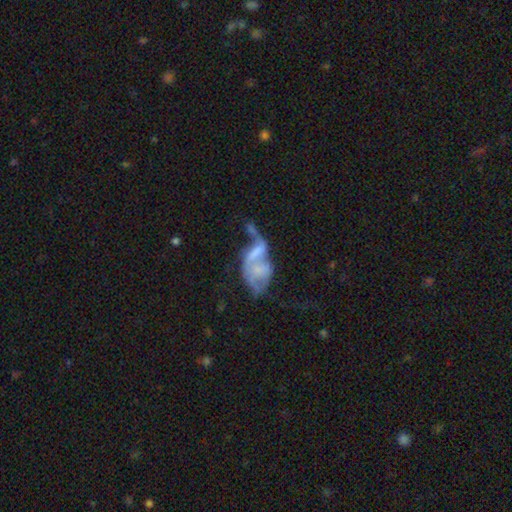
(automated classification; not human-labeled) Smooth or featured?
  - featured or disk: 58% *
  - smooth: 31%
  - star or artifact: 11%
Edge-on disk?
  - no: 96% *
  - yes: 4%
Bar?
  - no: 65% *
  - weak: 23%
  - strong: 11%
Spiral arms?
  - no: 58% *
  - yes: 42%
Bulge size?
  - none: 51% *
  - small: 25%
  - moderate: 17%
  - large: 5%
  - dominant: 2%
Merging?
  - merger: 48% *
  - major disturbance: 28%
  - none: 13%
  - minor disturbance: 11%